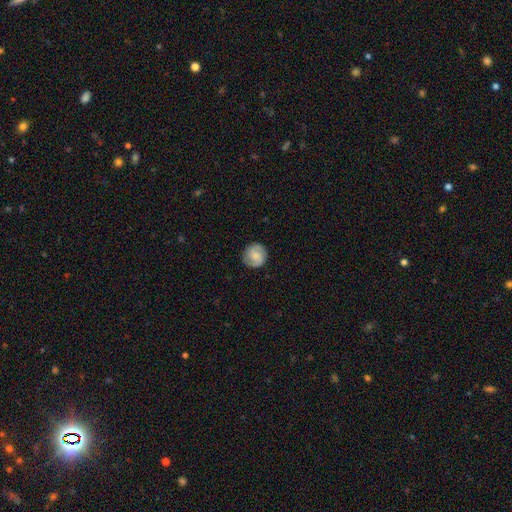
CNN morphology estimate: Q: Smooth or featured?
A: featured or disk (52%); runner-up: smooth (41%)
Q: Edge-on disk?
A: no (98%); runner-up: yes (2%)
Q: Bar?
A: no (49%); runner-up: weak (42%)
Q: Spiral arms?
A: yes (91%); runner-up: no (9%)
Q: Bulge size?
A: small (39%); runner-up: moderate (38%)
Q: Merging?
A: none (86%); runner-up: minor disturbance (10%)